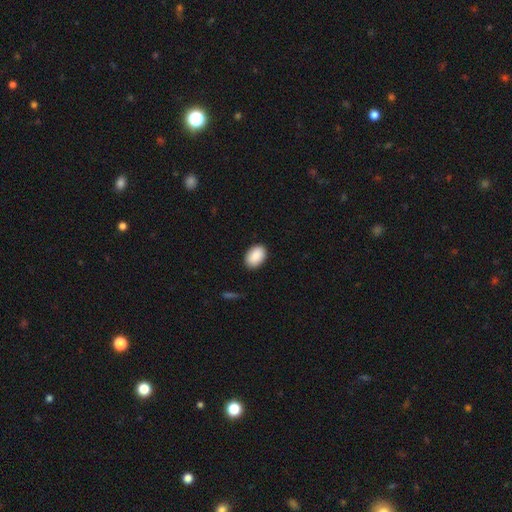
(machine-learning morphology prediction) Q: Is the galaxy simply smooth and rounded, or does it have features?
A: smooth — 90%.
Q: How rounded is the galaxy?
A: in between — 87%.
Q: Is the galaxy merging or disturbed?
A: none — 89%.